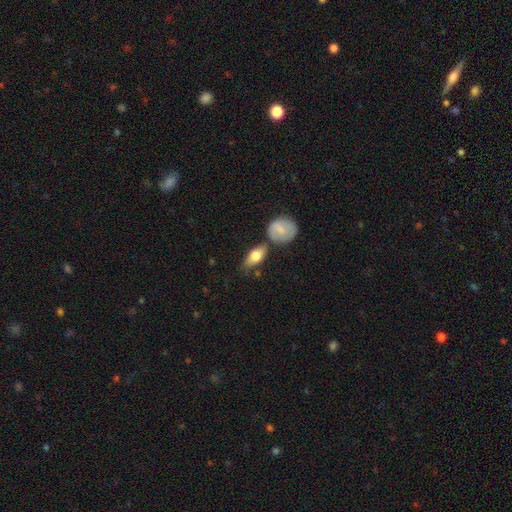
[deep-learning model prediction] Overall: smooth (68%). How rounded: in between (77%). Merging: none (62%).